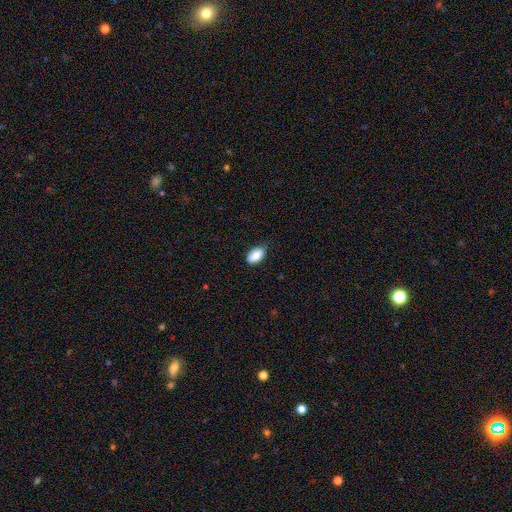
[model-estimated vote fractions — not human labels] smooth_or_featured: smooth (p=0.85) [alt: featured or disk p=0.08]
how_rounded: in between (p=0.93) [alt: round p=0.05]
merging: none (p=0.73) [alt: minor disturbance p=0.23]